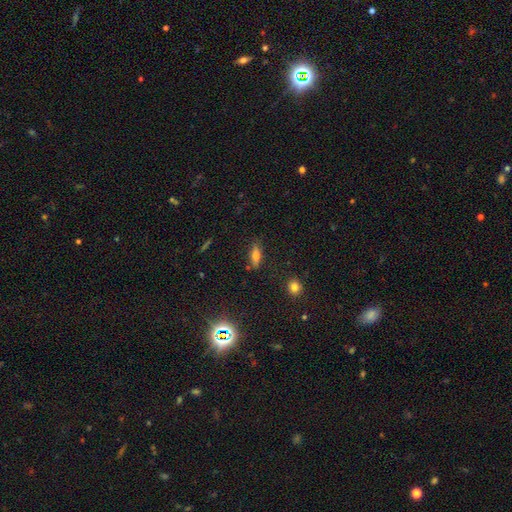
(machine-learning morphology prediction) This appears to be a smooth galaxy with no disk features (68%) that is in between round and cigar-shaped (63%). Merging: none (79%).